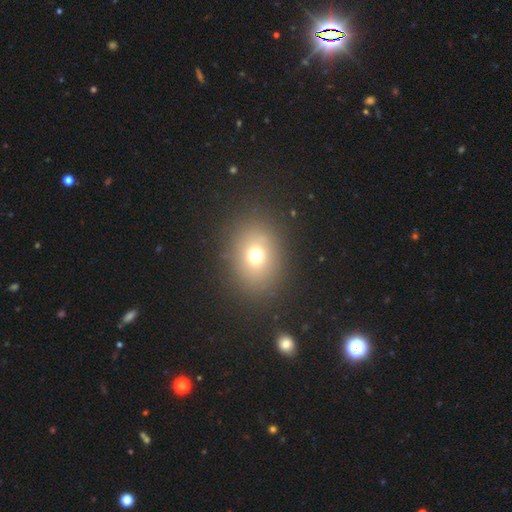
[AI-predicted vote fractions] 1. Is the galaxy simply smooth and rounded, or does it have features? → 68% smooth, 19% star or artifact, 13% featured or disk.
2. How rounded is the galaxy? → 55% round, 44% in between, 1% cigar-shaped.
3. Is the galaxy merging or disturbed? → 85% none, 8% minor disturbance, 5% major disturbance, 1% merger.